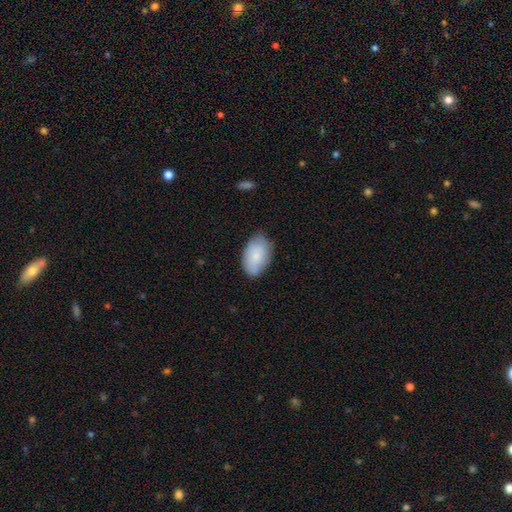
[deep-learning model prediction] smooth 81%, featured or disk 12%, star or artifact 6%. Down the decision tree: how rounded — in between (92%); merging — none (77%).